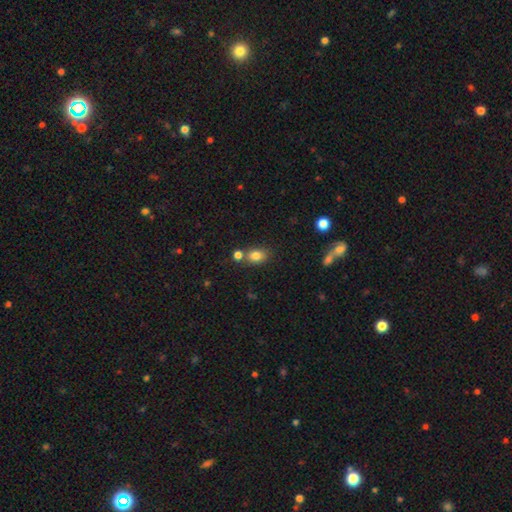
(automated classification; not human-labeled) Overall: smooth (81%). How rounded: in between (65%; round 34%). Merging: none (61%; merger 24%).